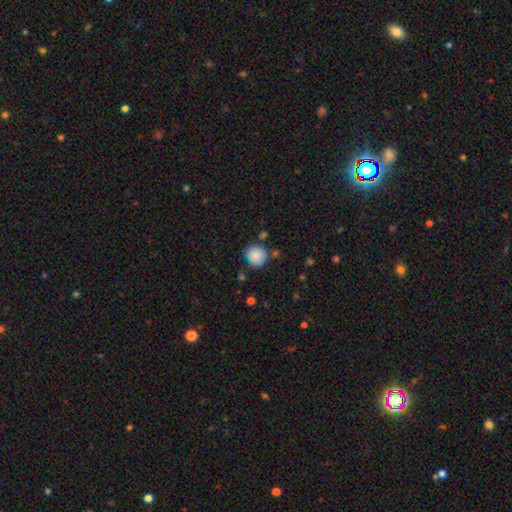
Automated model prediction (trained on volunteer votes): Smooth or featured? Predicted: smooth (p=0.85). How rounded? Predicted: round (p=0.90). Merging? Predicted: none (p=0.78).